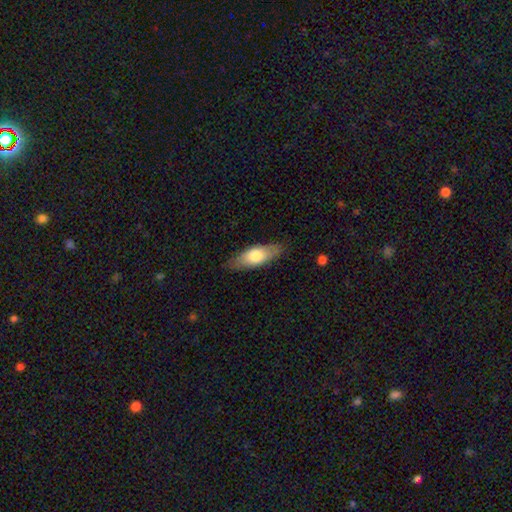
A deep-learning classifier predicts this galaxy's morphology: smooth-or-featured: smooth: 67% | featured or disk: 27% | star or artifact: 6%
  how-rounded: in between: 68% | cigar-shaped: 29% | round: 3%
  merging: none: 83% | minor disturbance: 13% | major disturbance: 3% | merger: 1%